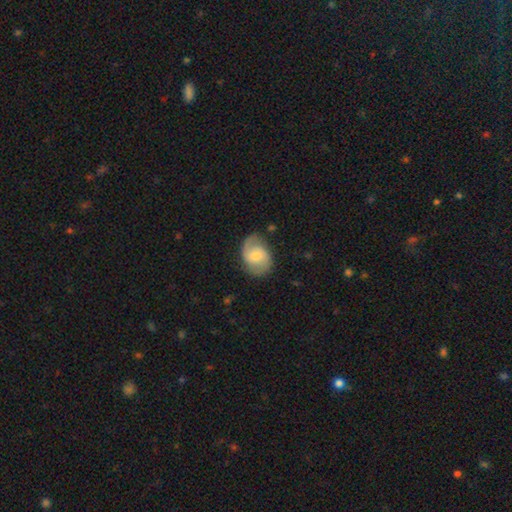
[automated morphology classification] A featured or disk galaxy (63%) with a weak bar (45%, tied with no), 2 (81%) medium (47%) spiral arms (90%) and a moderate central bulge (47%).

Vote fractions:
- Smooth or featured? featured or disk: 63% / smooth: 31% / star or artifact: 7%
- Edge-on disk? no: 97% / yes: 3%
- Bar? weak: 45% (tied) / no: 45% (tied) / strong: 10%
- Spiral arms? yes: 90% / no: 10%
- Spiral winding? medium: 47% / loose: 27% / tight: 26%
- Spiral arm count? 2: 81% / can't tell: 8% / 1: 7% / 3: 1% / 4: 1% / more than 4: 1%
- Bulge size? moderate: 47% / small: 44% / large: 4% / none: 4% / dominant: 1%
- Merging? none: 71% / minor disturbance: 20% / major disturbance: 7% / merger: 2%